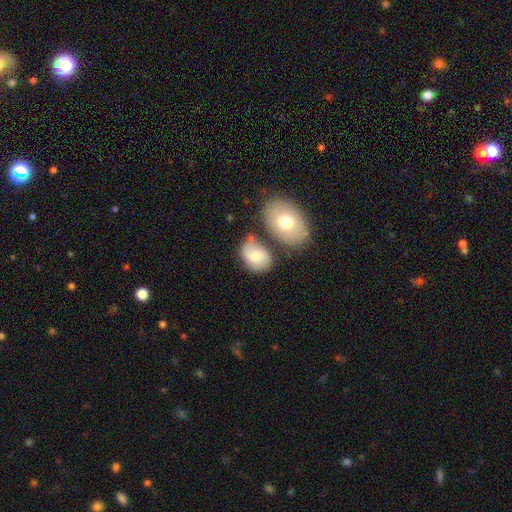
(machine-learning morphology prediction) The model was most divided on "merging": none: 50%, merger: 22%, minor disturbance: 20%, major disturbance: 8%. More confident: how rounded — in between (66%); smooth or featured — smooth (61%).